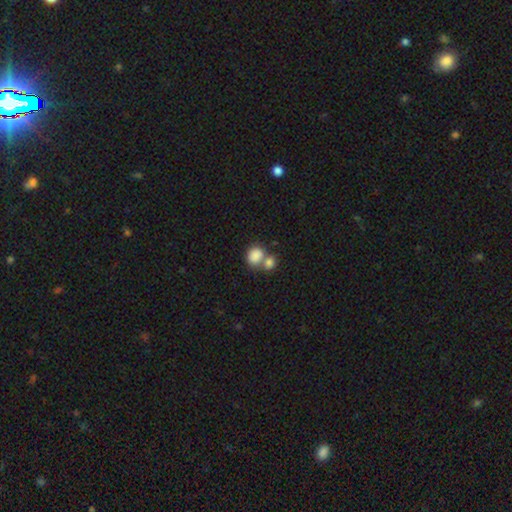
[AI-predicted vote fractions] A smooth galaxy with no disk features (83%) that is round (54%). Merging: merger (52%).